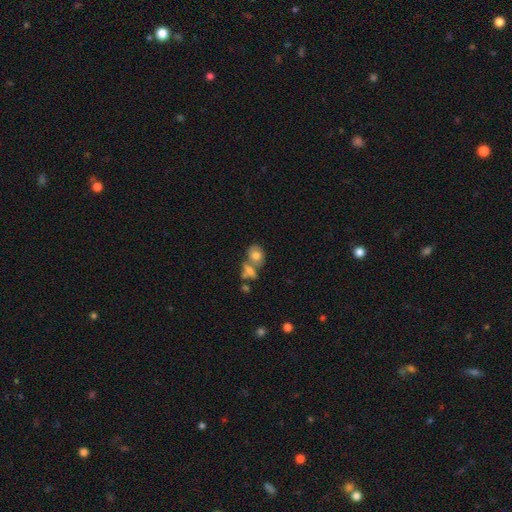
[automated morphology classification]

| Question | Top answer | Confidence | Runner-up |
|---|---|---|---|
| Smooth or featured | smooth | 72% | featured or disk (18%) |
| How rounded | in between | 60% | round (37%) |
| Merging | merger | 41% | none (39%) |